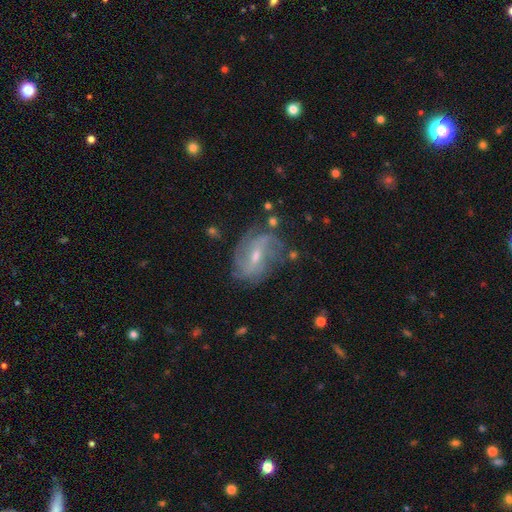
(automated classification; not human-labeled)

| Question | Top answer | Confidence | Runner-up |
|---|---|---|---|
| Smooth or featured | featured or disk | 80% | smooth (12%) |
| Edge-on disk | no | 95% | yes (5%) |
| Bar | weak | 50% | strong (27%) |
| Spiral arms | yes | 90% | no (10%) |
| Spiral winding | medium | 40% | loose (32%) |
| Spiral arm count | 2 | 35% | can't tell (29%) |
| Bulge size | small | 55% | moderate (40%) |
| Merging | none | 64% | minor disturbance (21%) |